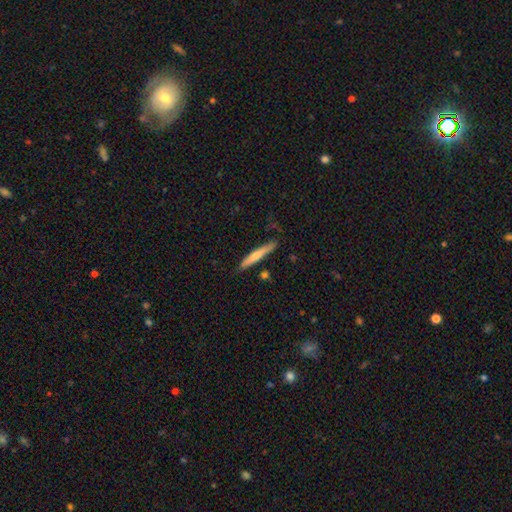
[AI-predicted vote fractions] smooth-or-featured: smooth: 61% | featured or disk: 33% | star or artifact: 5%
  how-rounded: cigar-shaped: 94% | in between: 5% | round: 1%
  merging: none: 81% | minor disturbance: 13% | merger: 3% | major disturbance: 2%